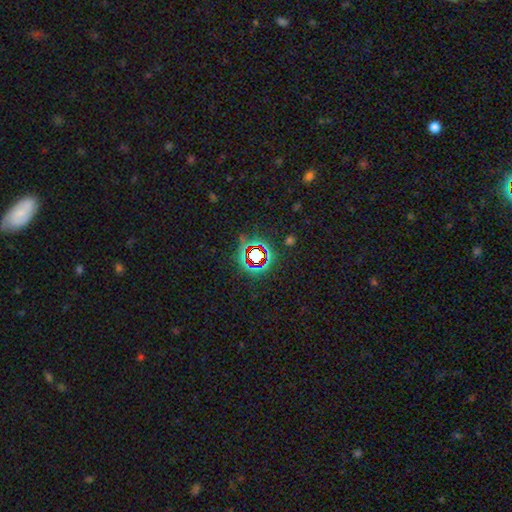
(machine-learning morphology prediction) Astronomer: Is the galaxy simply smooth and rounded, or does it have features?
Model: star or artifact — 75%.